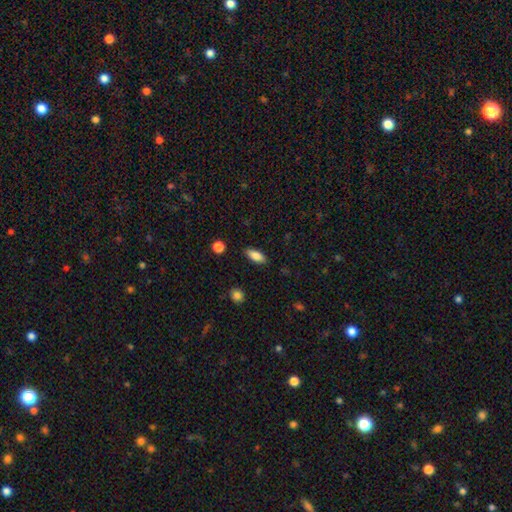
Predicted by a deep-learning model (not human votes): smooth-or-featured: smooth: 84% | featured or disk: 9% | star or artifact: 7%
  how-rounded: in between: 83% | cigar-shaped: 14% | round: 3%
  merging: none: 87% | minor disturbance: 10% | major disturbance: 2% | merger: 1%